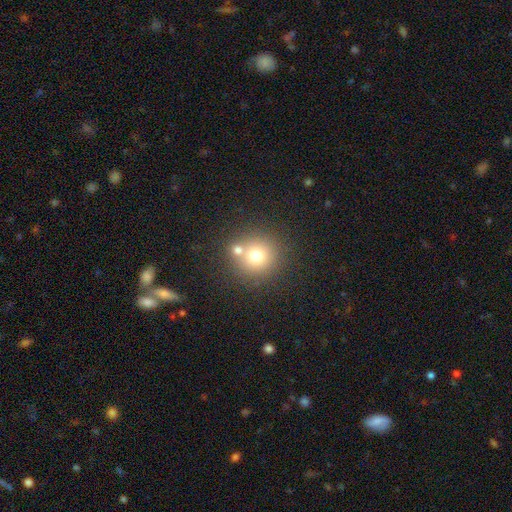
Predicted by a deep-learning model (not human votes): Smooth or featured?
  - smooth: 73% *
  - star or artifact: 14%
  - featured or disk: 13%
How rounded?
  - round: 91% *
  - in between: 8%
  - cigar-shaped: 1%
Merging?
  - none: 63% *
  - merger: 26%
  - minor disturbance: 8%
  - major disturbance: 3%